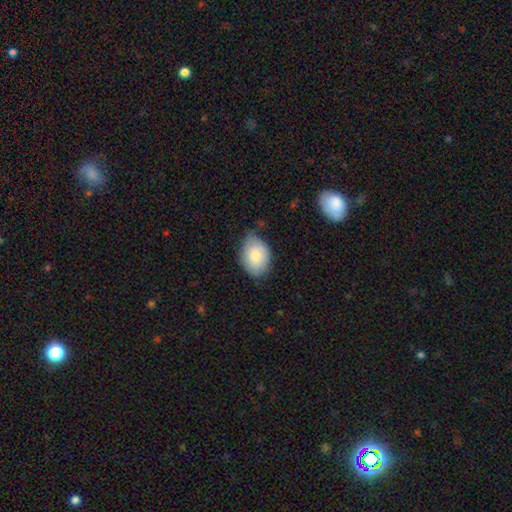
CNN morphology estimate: smooth-or-featured: smooth: 78% | featured or disk: 15% | star or artifact: 7%
  how-rounded: in between: 72% | round: 27% | cigar-shaped: 1%
  merging: none: 57% | minor disturbance: 35% | major disturbance: 6% | merger: 2%